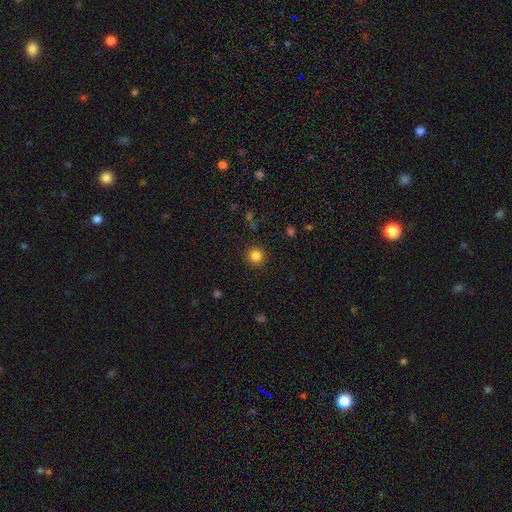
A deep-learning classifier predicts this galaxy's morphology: Smooth or featured?
  - smooth: 83% *
  - star or artifact: 13%
  - featured or disk: 4%
How rounded?
  - round: 94% *
  - in between: 5%
  - cigar-shaped: 1%
Merging?
  - none: 91% *
  - minor disturbance: 6%
  - major disturbance: 2%
  - merger: 1%